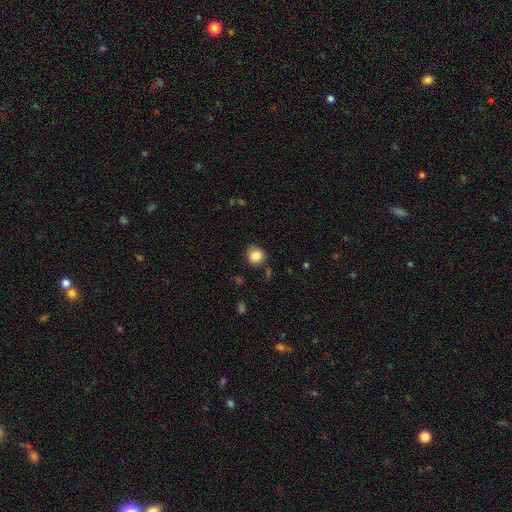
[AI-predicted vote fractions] Smooth or featured? smooth (85%)
How rounded? round (89%)
Merging? none (82%)